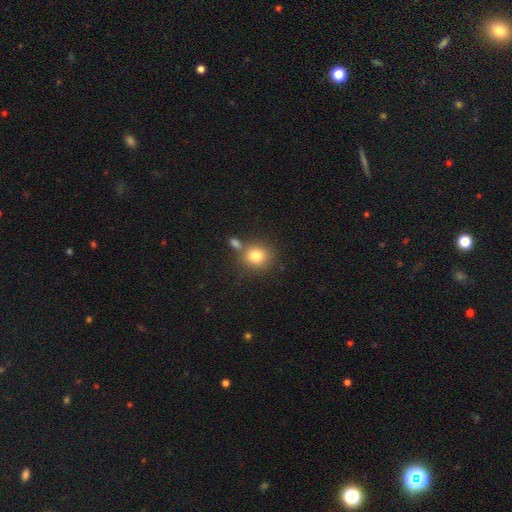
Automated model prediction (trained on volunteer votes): Smooth or featured?
  - smooth: 80% *
  - star or artifact: 11%
  - featured or disk: 9%
How rounded?
  - round: 84% *
  - in between: 15%
  - cigar-shaped: 1%
Merging?
  - none: 68% *
  - merger: 18%
  - minor disturbance: 11%
  - major disturbance: 4%